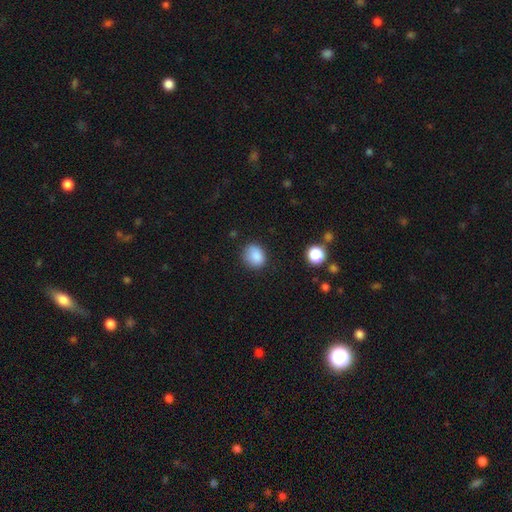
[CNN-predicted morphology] Overall: smooth (86%). How rounded: round (63%; in between 36%). Merging: none (77%).